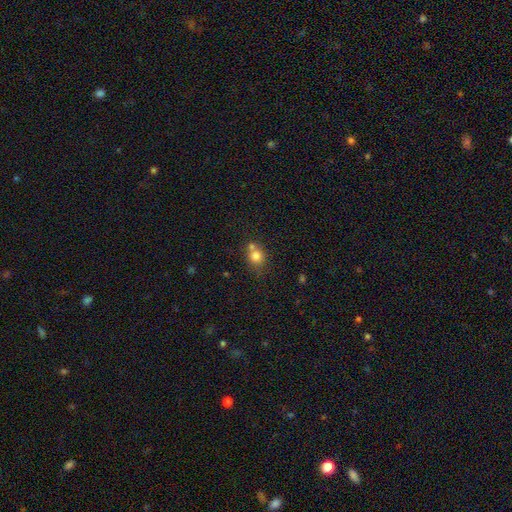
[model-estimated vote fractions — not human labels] The model was most divided on "merging": none: 50%, merger: 35%, minor disturbance: 11%, major disturbance: 4%. More confident: smooth or featured — smooth (78%); how rounded — round (77%).